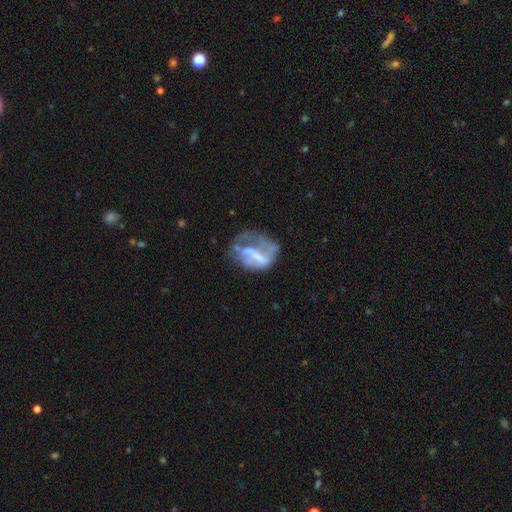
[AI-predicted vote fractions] Smooth or featured? Predicted: featured or disk (p=0.58). Edge-on disk? Predicted: no (p=0.97). Bar? Predicted: no (p=0.43). Spiral arms? Predicted: no (p=0.72). Bulge size? Predicted: none (p=0.48). Merging? Predicted: major disturbance (p=0.41).